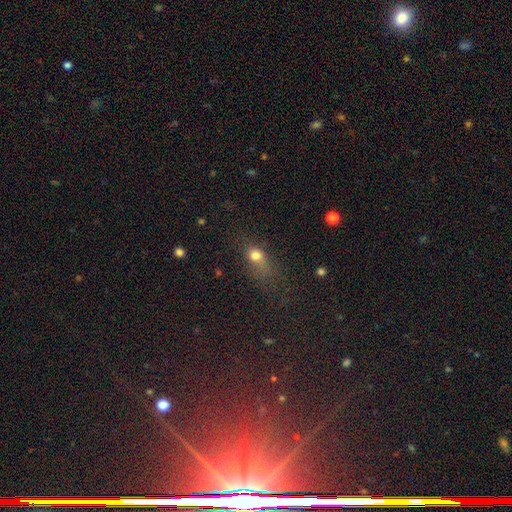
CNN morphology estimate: This appears to be a smooth galaxy with no disk features (72%) that is in between round and cigar-shaped (58%). Merging: none (46%).